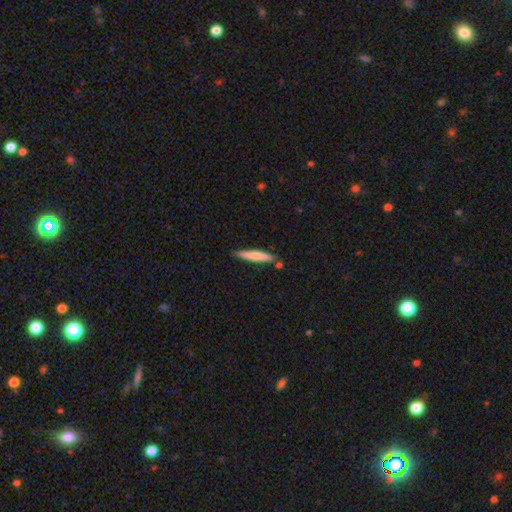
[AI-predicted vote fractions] smooth-or-featured: smooth: 70% | featured or disk: 25% | star or artifact: 5%
  how-rounded: cigar-shaped: 92% | in between: 6% | round: 1%
  merging: none: 82% | minor disturbance: 11% | merger: 5% | major disturbance: 2%